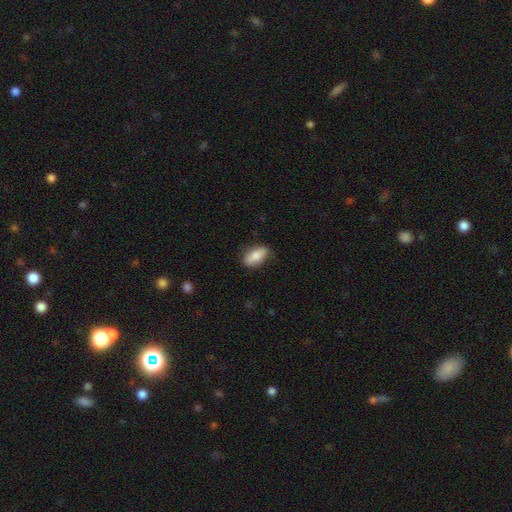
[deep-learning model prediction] Smooth or featured? smooth (78%)
How rounded? in between (85%)
Merging? none (79%)